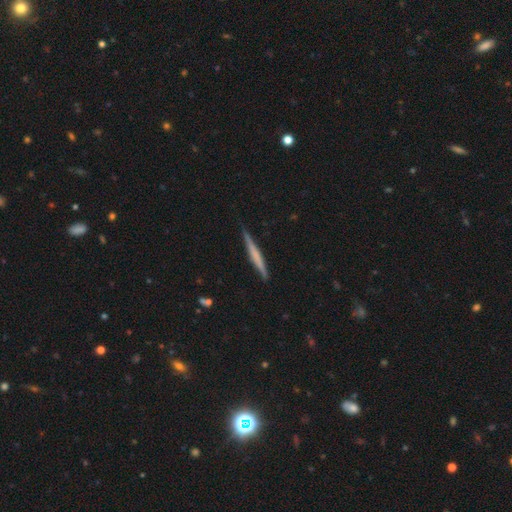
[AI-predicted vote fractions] Smooth or featured?
  - featured or disk: 48% *
  - smooth: 46%
  - star or artifact: 5%
Merging?
  - none: 88% *
  - minor disturbance: 9%
  - major disturbance: 2%
  - merger: 1%